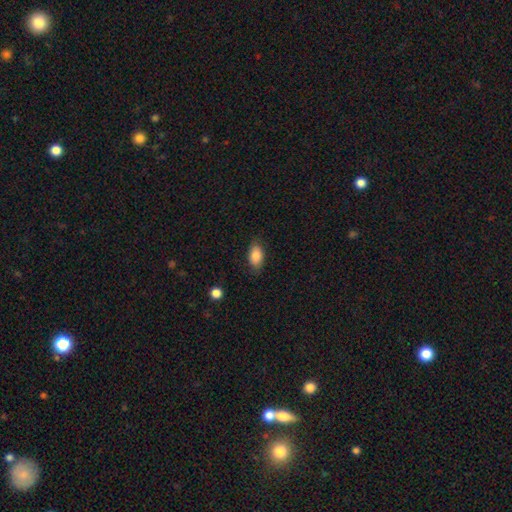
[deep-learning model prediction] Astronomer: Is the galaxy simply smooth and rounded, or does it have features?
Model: smooth — 87%.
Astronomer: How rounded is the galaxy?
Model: in between — 91%.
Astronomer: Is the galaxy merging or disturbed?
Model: none — 83%.